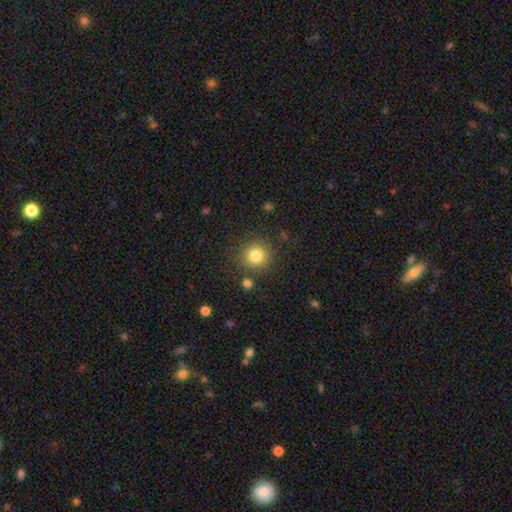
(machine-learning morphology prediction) Overall: smooth (82%). How rounded: round (93%). Merging: none (85%).